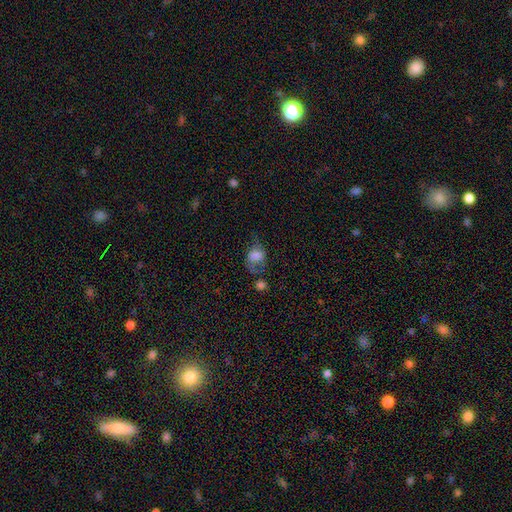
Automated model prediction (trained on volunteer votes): The model was most divided on "merging": none: 35%, minor disturbance: 27%, major disturbance: 26%, merger: 11%. More confident: smooth or featured — smooth (66%); how rounded — in between (63%).